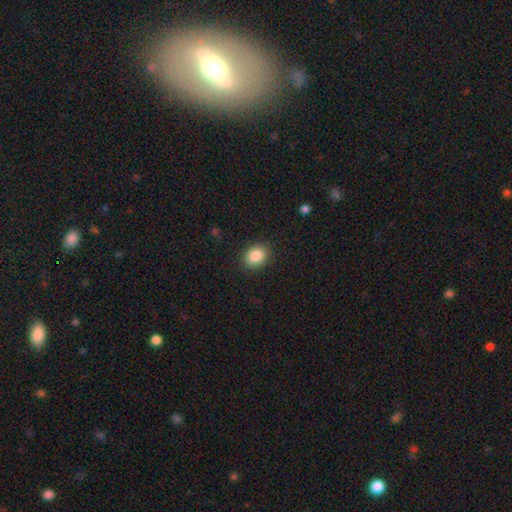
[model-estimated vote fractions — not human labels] Smooth or featured? smooth (86%)
How rounded? in between (54%)
Merging? none (88%)